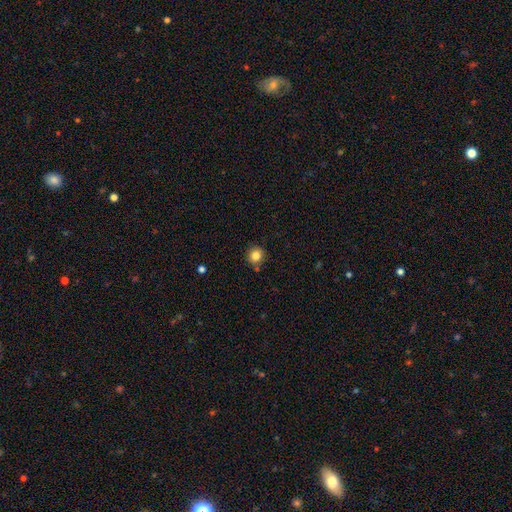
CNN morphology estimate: This appears to be a smooth galaxy with no disk features (84%) that is round (86%). Merging: none (84%).